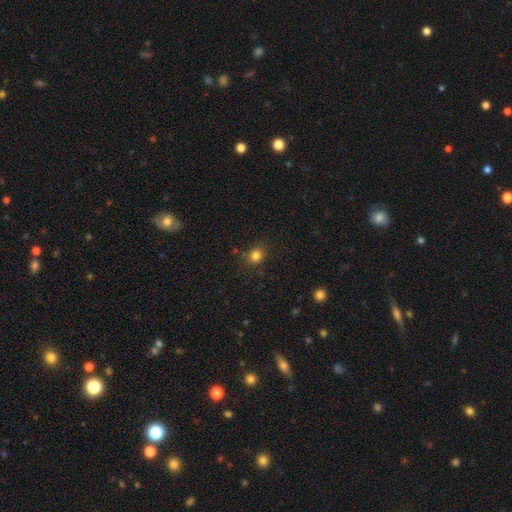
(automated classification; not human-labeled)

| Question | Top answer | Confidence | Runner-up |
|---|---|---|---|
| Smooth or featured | smooth | 82% | star or artifact (13%) |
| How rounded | round | 83% | in between (16%) |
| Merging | none | 83% | minor disturbance (11%) |